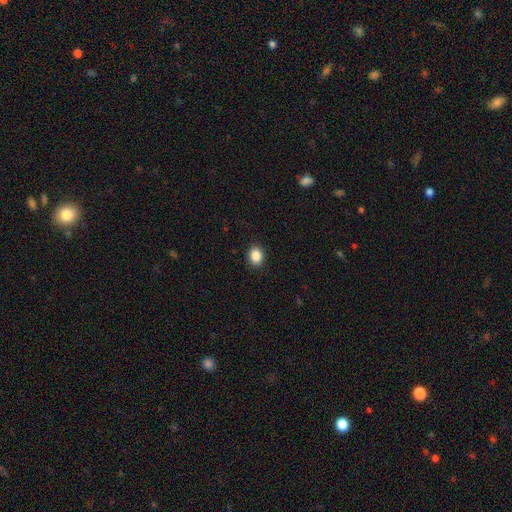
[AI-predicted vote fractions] Smooth or featured? Predicted: smooth (p=0.87). How rounded? Predicted: in between (p=0.55). Merging? Predicted: none (p=0.90).